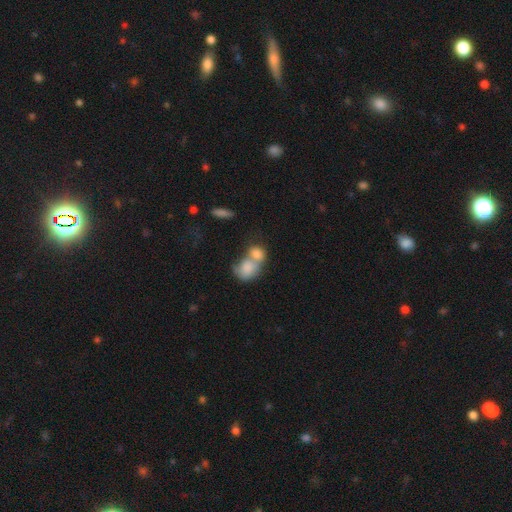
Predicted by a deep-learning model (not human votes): Q: Smooth or featured?
A: smooth (72%); runner-up: featured or disk (17%)
Q: How rounded?
A: in between (51%); runner-up: round (47%)
Q: Merging?
A: merger (67%); runner-up: none (20%)